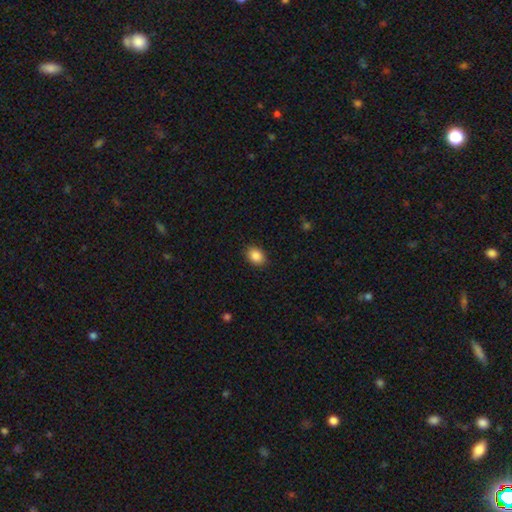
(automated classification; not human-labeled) A smooth galaxy with no disk features (88%) that is in between round and cigar-shaped (65%).

Vote fractions:
- Smooth or featured? smooth: 88% / star or artifact: 8% / featured or disk: 3%
- How rounded? in between: 65% / round: 34% / cigar-shaped: 1%
- Merging? none: 89% / minor disturbance: 8% / major disturbance: 2% / merger: 1%